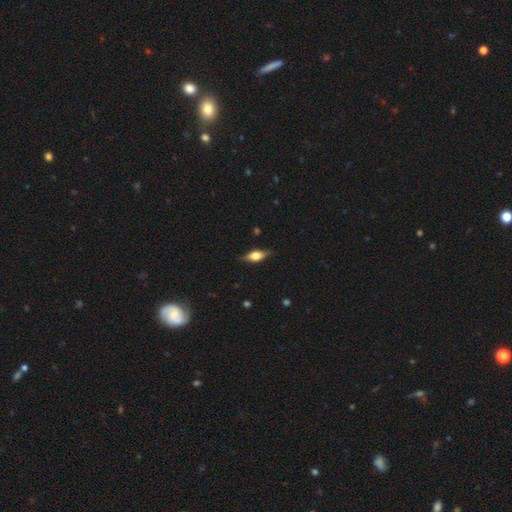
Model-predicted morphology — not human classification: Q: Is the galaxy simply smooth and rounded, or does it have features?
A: smooth — 47%.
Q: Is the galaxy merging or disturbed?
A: none — 82%.